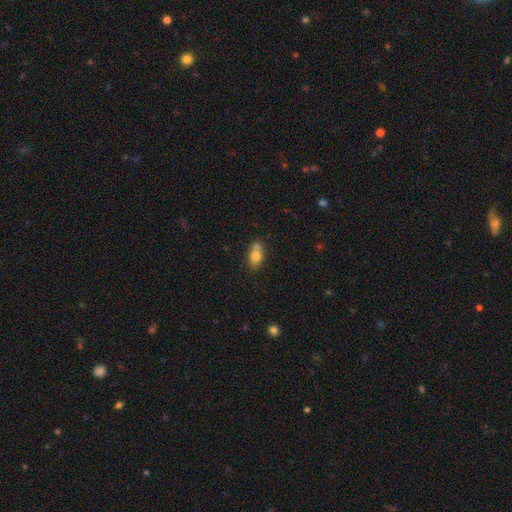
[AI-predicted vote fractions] This is likely a smooth galaxy (76%). How rounded: likely in between (76%). Merging: marginally none (44%).